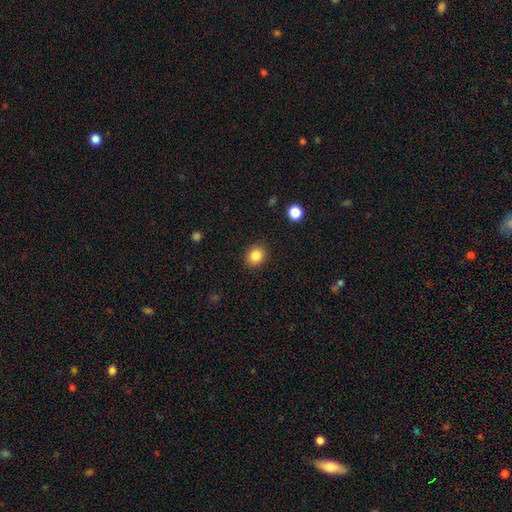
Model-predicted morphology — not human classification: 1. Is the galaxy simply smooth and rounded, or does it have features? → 85% smooth, 10% star or artifact, 5% featured or disk.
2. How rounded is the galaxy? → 74% round, 26% in between, 1% cigar-shaped.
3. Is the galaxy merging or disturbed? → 90% none, 7% minor disturbance, 2% major disturbance, 1% merger.